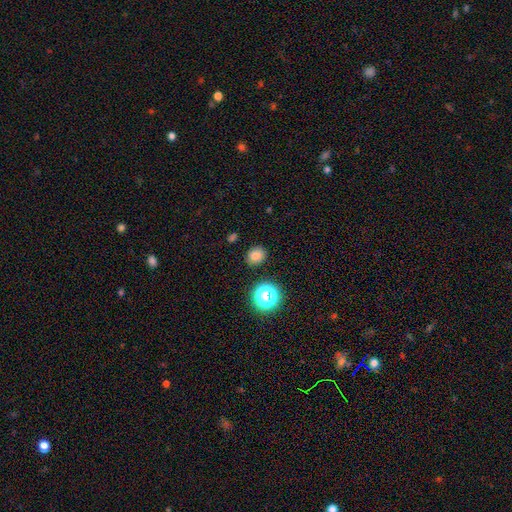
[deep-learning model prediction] The model was most divided on "how rounded": round: 65%, in between: 34%, cigar-shaped: 1%. More confident: merging — none (87%); smooth or featured — smooth (77%).